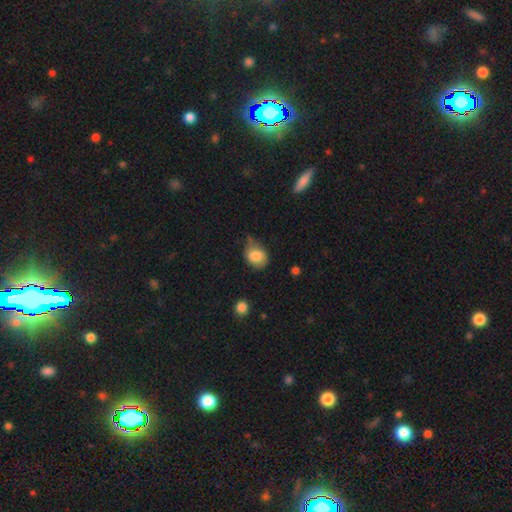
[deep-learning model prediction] Overall: smooth (81%). How rounded: in between (54%; round 45%). Merging: none (46%; minor disturbance 40%).